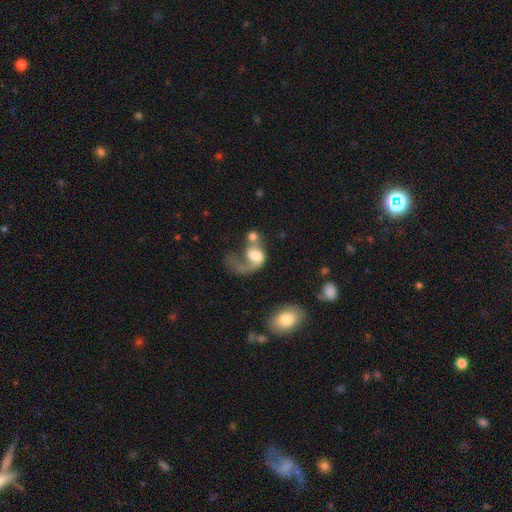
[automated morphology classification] smooth_or_featured: featured or disk (p=0.55) [alt: smooth p=0.37]
disk_edge_on: no (p=0.97) [alt: yes p=0.03]
bar: no (p=0.68) [alt: weak p=0.26]
has_spiral_arms: yes (p=0.78) [alt: no p=0.22]
bulge_size: moderate (p=0.38) [alt: large p=0.37]
merging: major disturbance (p=0.42) [alt: merger p=0.33]